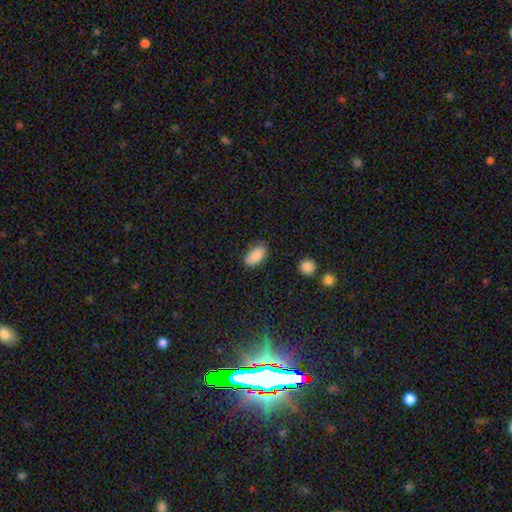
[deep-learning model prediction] Smooth or featured?
  - smooth: 87% *
  - star or artifact: 8%
  - featured or disk: 6%
How rounded?
  - in between: 92% *
  - cigar-shaped: 4%
  - round: 4%
Merging?
  - none: 76% *
  - minor disturbance: 18%
  - major disturbance: 4%
  - merger: 2%